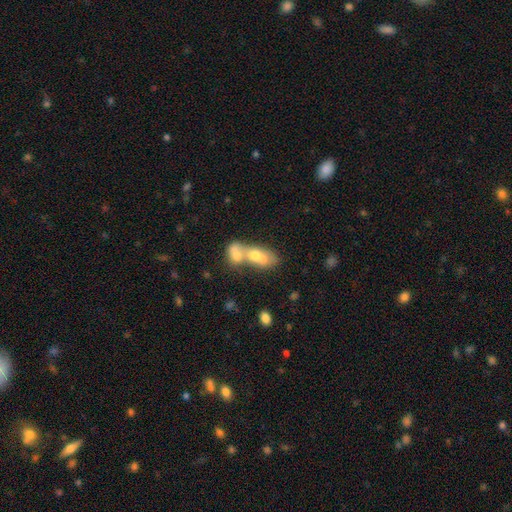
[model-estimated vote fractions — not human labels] Smooth or featured: smooth — 60% (featured or disk — 31%)
How rounded: in between — 70% (round — 19%)
Merging: merger — 77% (none — 14%)